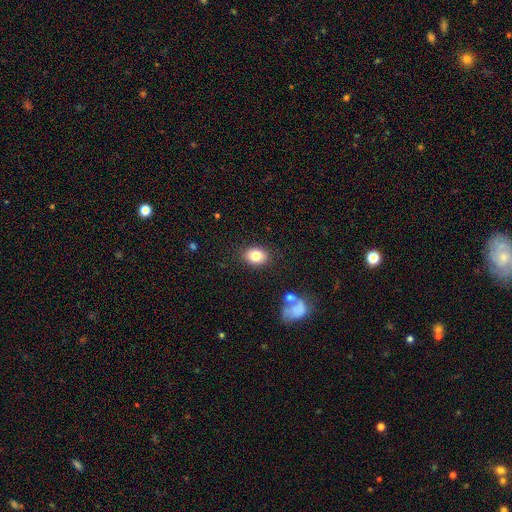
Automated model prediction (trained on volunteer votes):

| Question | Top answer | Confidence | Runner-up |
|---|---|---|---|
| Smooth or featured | smooth | 81% | featured or disk (10%) |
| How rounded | in between | 65% | round (34%) |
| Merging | none | 86% | minor disturbance (9%) |